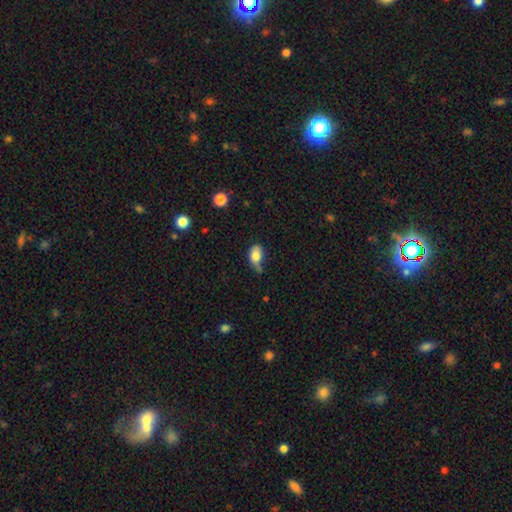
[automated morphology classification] Overall: smooth (77%). How rounded: in between (80%). Merging: minor disturbance (40%; none 29%).